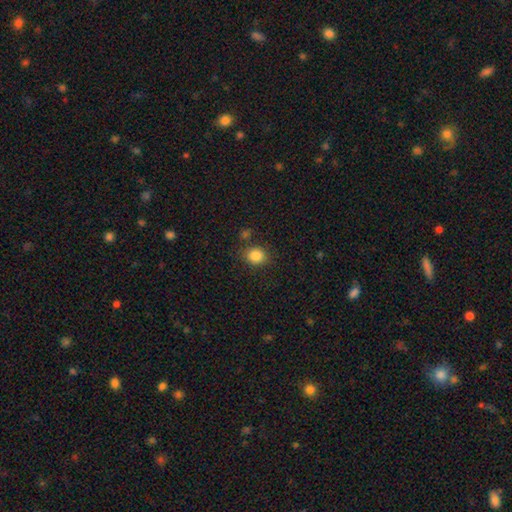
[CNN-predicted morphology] Q: Smooth or featured?
A: smooth (85%); runner-up: star or artifact (10%)
Q: How rounded?
A: round (65%); runner-up: in between (34%)
Q: Merging?
A: none (80%); runner-up: minor disturbance (11%)